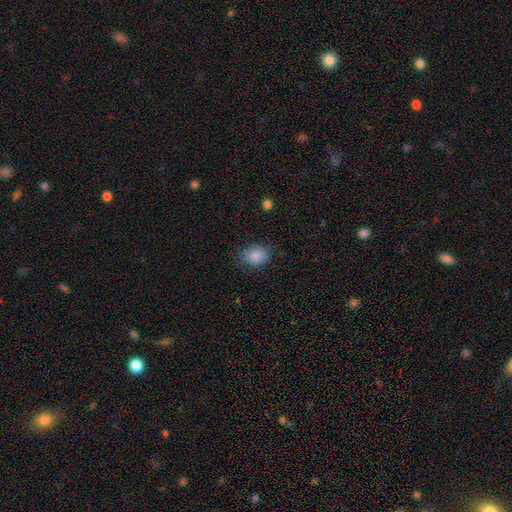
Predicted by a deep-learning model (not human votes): Smooth or featured? Predicted: smooth (p=0.86). How rounded? Predicted: in between (p=0.53). Merging? Predicted: none (p=0.75).